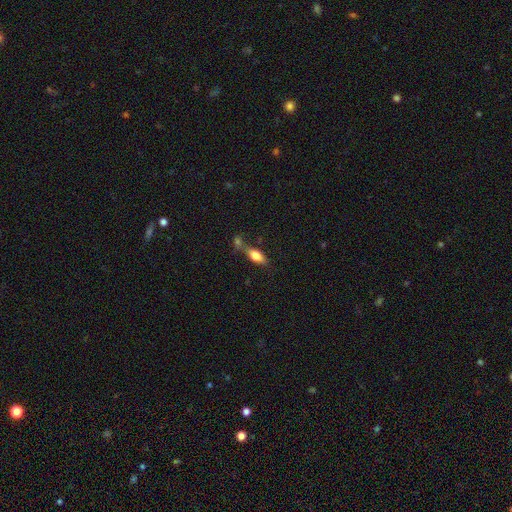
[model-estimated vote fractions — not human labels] Q: Smooth or featured?
A: smooth (73%); runner-up: featured or disk (19%)
Q: How rounded?
A: in between (79%); runner-up: cigar-shaped (17%)
Q: Merging?
A: none (48%); runner-up: merger (30%)